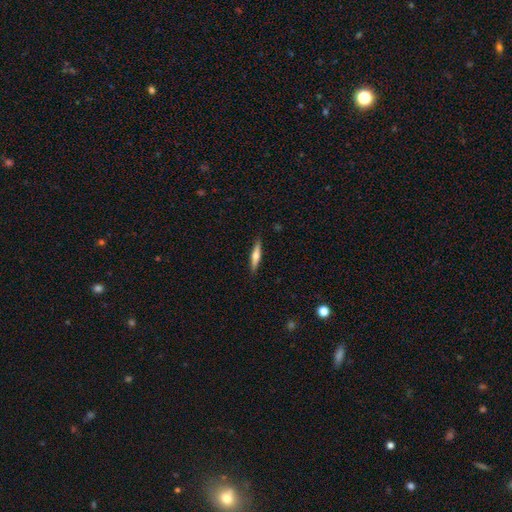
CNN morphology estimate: Smooth or featured: smooth — 49% (featured or disk — 46%)
Merging: none — 89% (minor disturbance — 8%)